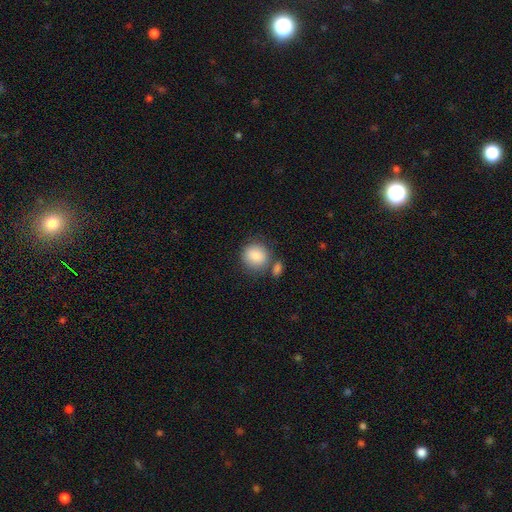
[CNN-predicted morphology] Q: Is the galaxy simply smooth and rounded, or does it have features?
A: smooth — 87%.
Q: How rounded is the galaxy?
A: round — 81%.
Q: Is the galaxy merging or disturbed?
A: none — 64%.